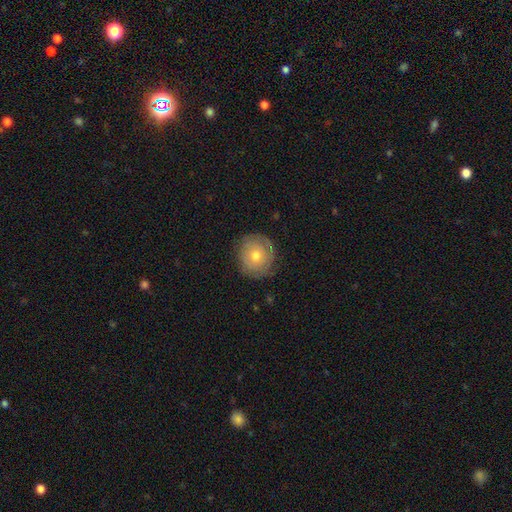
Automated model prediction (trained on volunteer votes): Morphology: type=featured or disk (53%); edge-on=no (96%); bar=no (85%); spiral arms=yes (71%); bulge=moderate (63%); merging=none (80%).